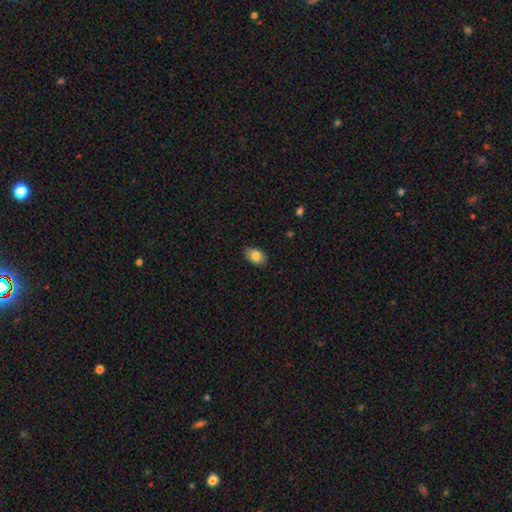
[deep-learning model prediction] smooth 84%, featured or disk 8%, star or artifact 8%. Down the decision tree: how rounded — in between (86%); merging — none (87%).